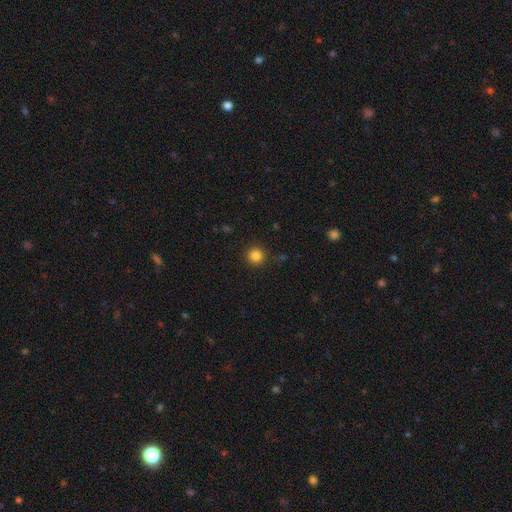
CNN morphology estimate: smooth_or_featured: smooth (p=0.84) [alt: star or artifact p=0.12]
how_rounded: round (p=0.95) [alt: in between p=0.04]
merging: none (p=0.90) [alt: minor disturbance p=0.06]